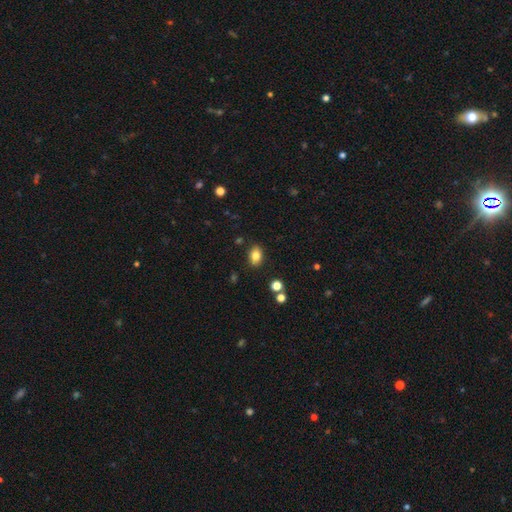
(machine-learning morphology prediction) type=smooth (82%); roundness=in between (83%); merging=none (86%).